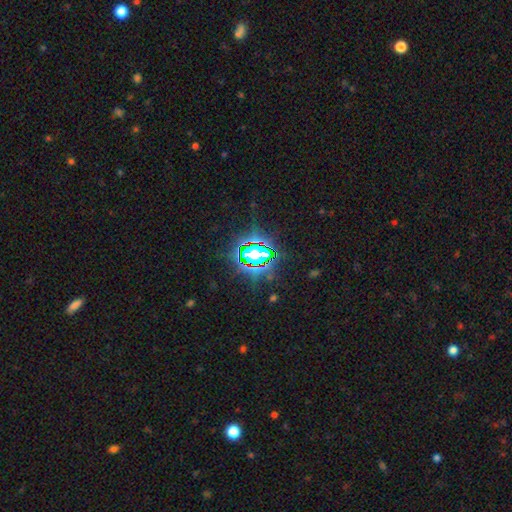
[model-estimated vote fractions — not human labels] Smooth or featured? Predicted: star or artifact (p=0.83).